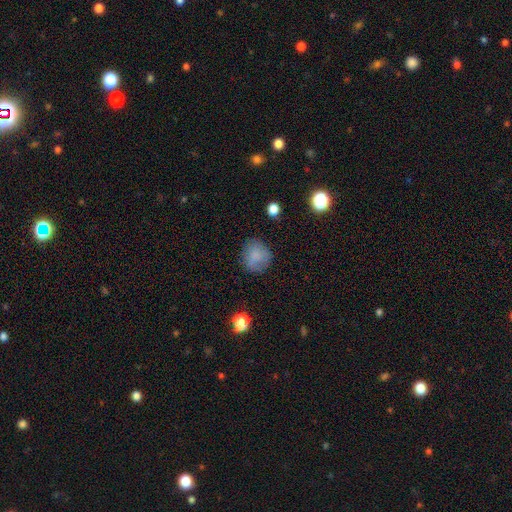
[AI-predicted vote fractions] Smooth or featured?
  - smooth: 81% *
  - star or artifact: 10%
  - featured or disk: 9%
How rounded?
  - round: 81% *
  - in between: 18%
  - cigar-shaped: 1%
Merging?
  - none: 76% *
  - minor disturbance: 17%
  - major disturbance: 6%
  - merger: 2%